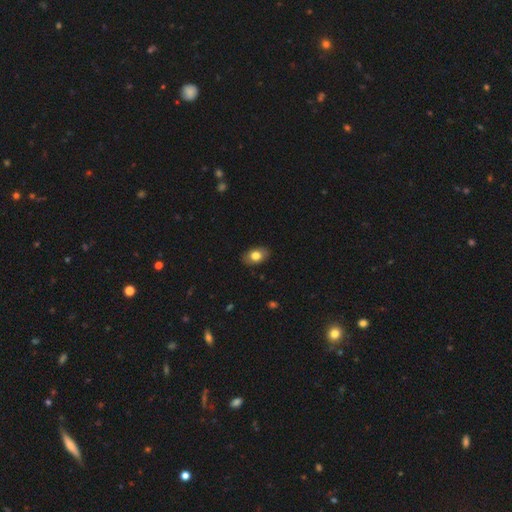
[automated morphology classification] A smooth galaxy with no disk features (77%) that is in between round and cigar-shaped (83%). Merging: none (86%).